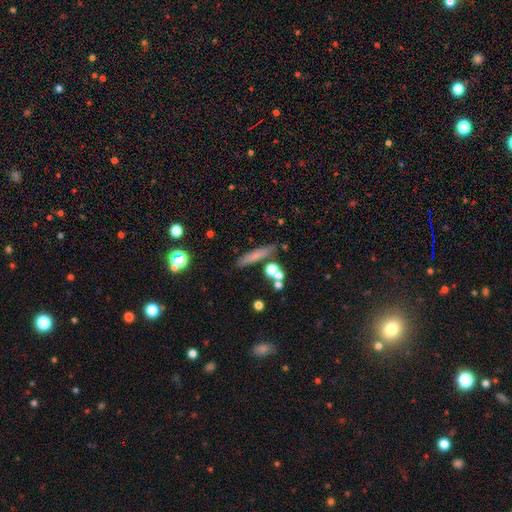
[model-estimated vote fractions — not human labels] A smooth galaxy with no disk features (65%) that is cigar-shaped (86%). Merging: none (77%).